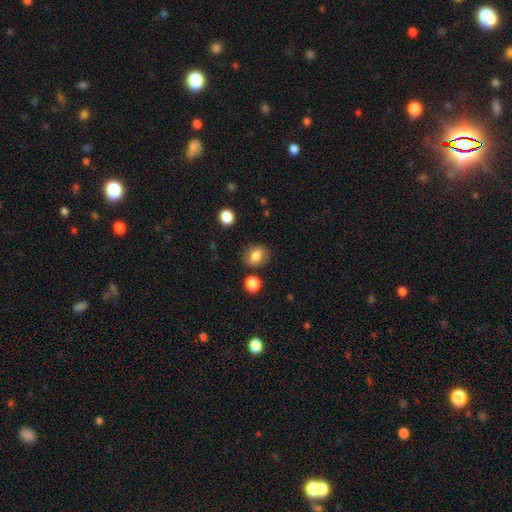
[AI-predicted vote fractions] Smooth or featured? smooth (82%)
How rounded? in between (54%)
Merging? none (79%)